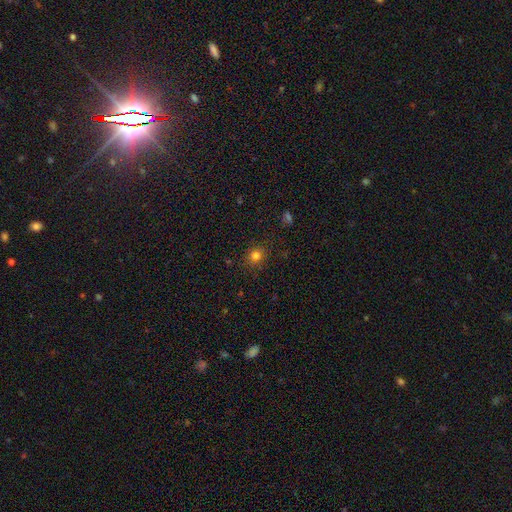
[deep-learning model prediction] Morphology: type=smooth (80%); roundness=round (81%); merging=none (86%).